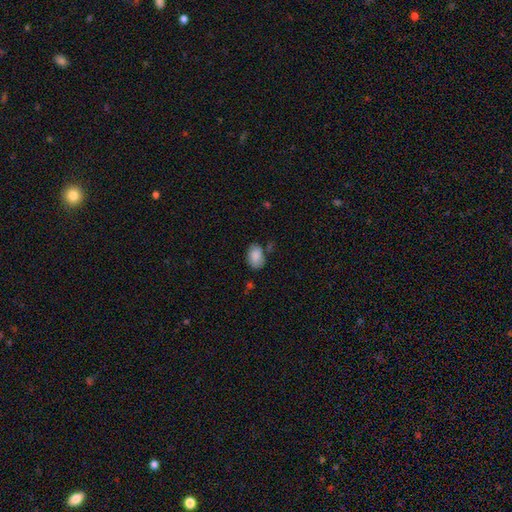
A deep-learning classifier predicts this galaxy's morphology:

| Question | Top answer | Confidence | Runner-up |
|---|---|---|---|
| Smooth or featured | smooth | 86% | star or artifact (7%) |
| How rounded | in between | 85% | round (14%) |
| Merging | none | 70% | minor disturbance (20%) |